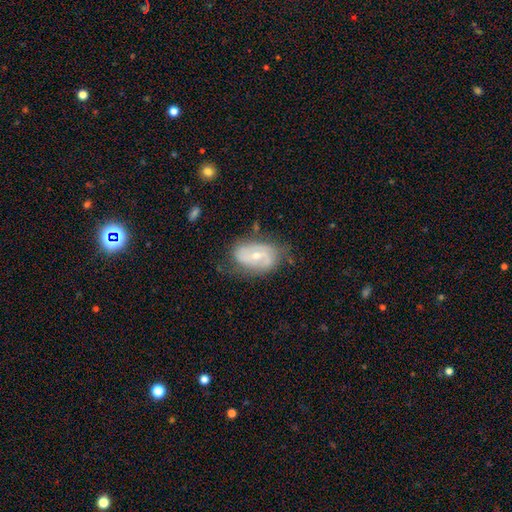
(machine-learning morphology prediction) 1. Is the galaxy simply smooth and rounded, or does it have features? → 69% featured or disk, 24% smooth, 7% star or artifact.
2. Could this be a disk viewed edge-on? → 95% no, 5% yes.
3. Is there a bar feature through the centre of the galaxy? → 55% no, 35% weak, 10% strong.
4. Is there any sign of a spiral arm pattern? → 81% yes, 19% no.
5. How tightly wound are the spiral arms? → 41% medium, 35% tight, 23% loose.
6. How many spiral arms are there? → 67% 2, 21% can't tell, 5% 3, 4% 1, 2% 4, 1% more than 4.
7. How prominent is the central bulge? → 49% moderate, 48% small, 2% large, 1% none, 1% dominant.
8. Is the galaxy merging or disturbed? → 64% none, 25% minor disturbance, 9% major disturbance, 2% merger.